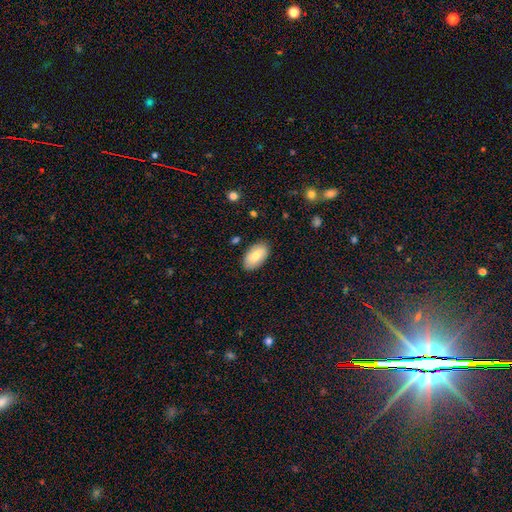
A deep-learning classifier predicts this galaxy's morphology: smooth_or_featured: smooth (p=0.76) [alt: featured or disk p=0.17]
how_rounded: in between (p=0.95) [alt: round p=0.03]
merging: none (p=0.86) [alt: minor disturbance p=0.11]